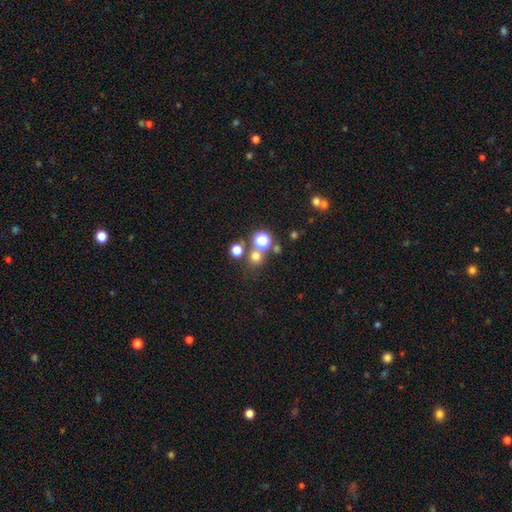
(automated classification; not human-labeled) Overall: smooth (67%). How rounded: round (89%). Merging: none (68%).